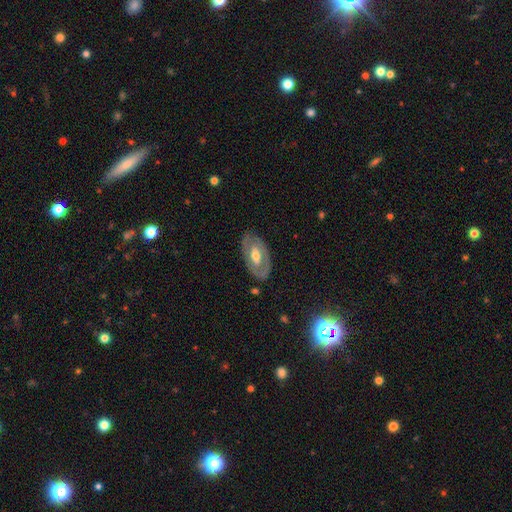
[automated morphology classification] smooth-or-featured: featured or disk: 62% | smooth: 33% | star or artifact: 5%
  disk-edge-on: no: 90% | yes: 10%
    bar: no: 53% | weak: 32% | strong: 15%
    has-spiral-arms: no: 64% | yes: 36%
    bulge-size: moderate: 68% | small: 16% | large: 13% | none: 1% | dominant: 1%
  merging: none: 80% | minor disturbance: 14% | major disturbance: 5% | merger: 1%